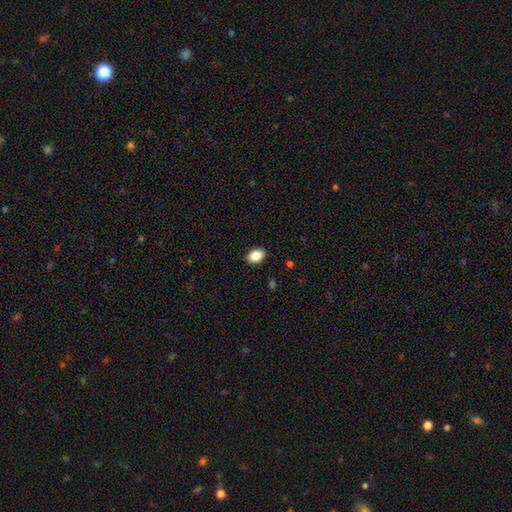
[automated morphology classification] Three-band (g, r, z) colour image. It shows a smooth galaxy with no disk features (88%) that is in between round and cigar-shaped (81%). Merging: none (90%).